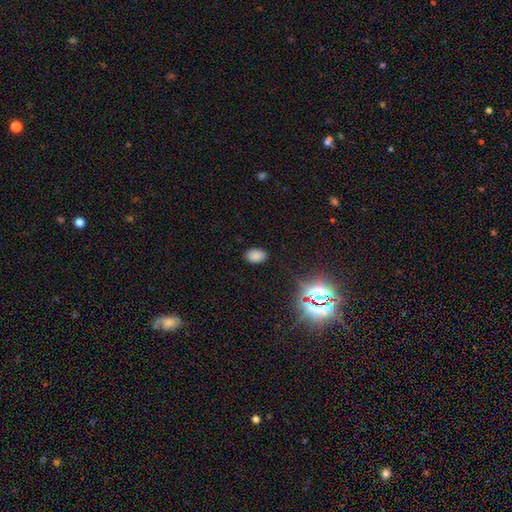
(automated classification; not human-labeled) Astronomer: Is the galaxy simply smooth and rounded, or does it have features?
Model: smooth — 79%.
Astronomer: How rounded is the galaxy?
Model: in between — 86%.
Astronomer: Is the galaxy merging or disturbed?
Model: none — 86%.